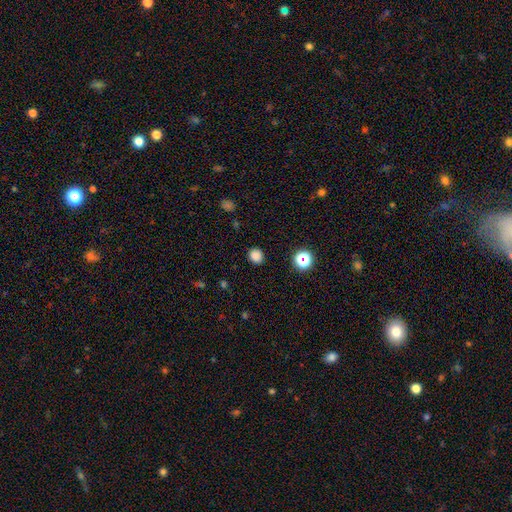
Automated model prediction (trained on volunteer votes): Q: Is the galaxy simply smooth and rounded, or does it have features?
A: smooth — 82%.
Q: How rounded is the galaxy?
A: round — 72%.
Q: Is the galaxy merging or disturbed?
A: none — 88%.